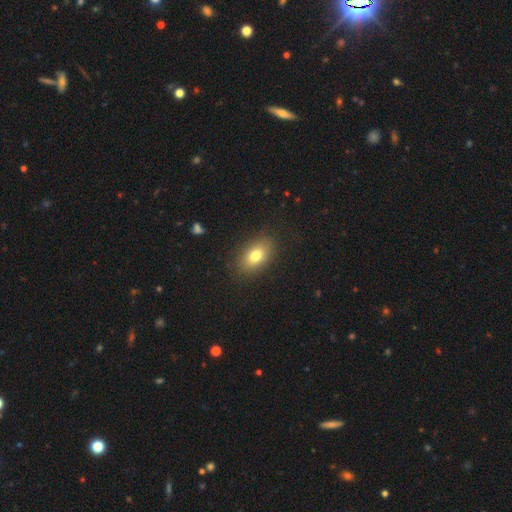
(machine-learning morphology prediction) Smooth or featured? Predicted: smooth (p=0.79). How rounded? Predicted: in between (p=0.86). Merging? Predicted: none (p=0.86).